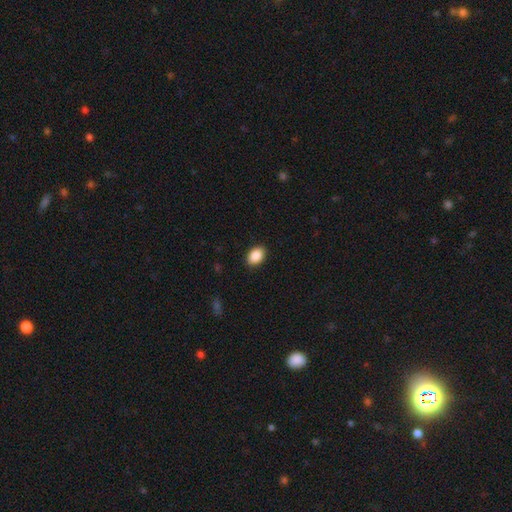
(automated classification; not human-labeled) Overall: smooth (89%). How rounded: in between (83%). Merging: none (89%).